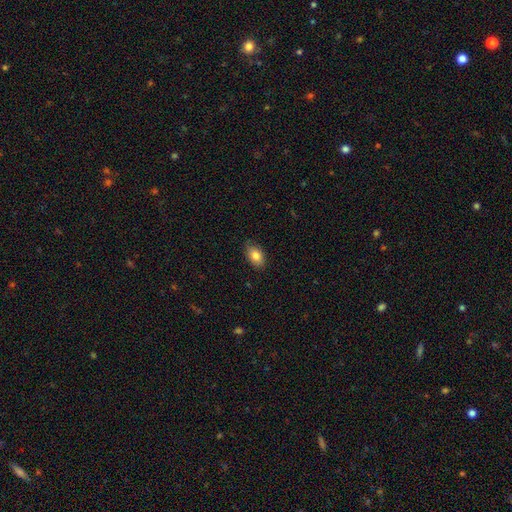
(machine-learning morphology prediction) The model was most divided on "merging": none: 84%, minor disturbance: 13%, major disturbance: 2%, merger: 1%. More confident: how rounded — in between (88%); smooth or featured — smooth (83%).